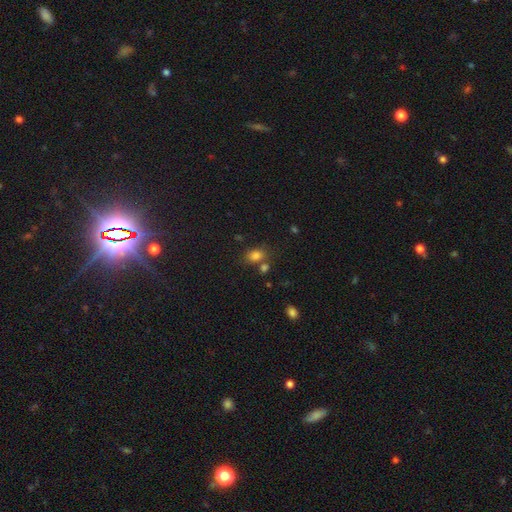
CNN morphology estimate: This is clearly a smooth galaxy (80%). How rounded: likely in between (69%). Merging: likely none (62%).